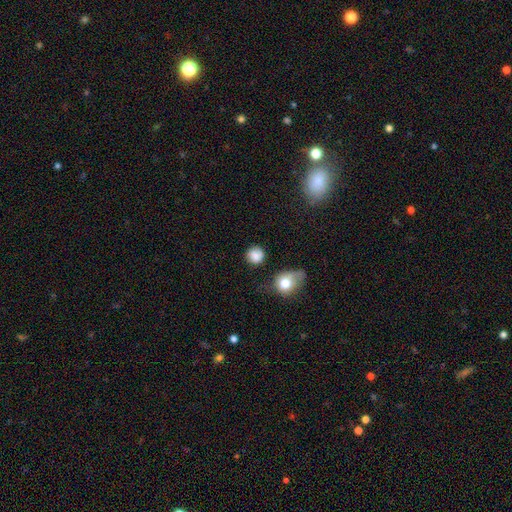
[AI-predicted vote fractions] Smooth or featured?
  - smooth: 83% *
  - star or artifact: 10%
  - featured or disk: 7%
How rounded?
  - round: 88% *
  - in between: 11%
  - cigar-shaped: 1%
Merging?
  - none: 73% *
  - minor disturbance: 16%
  - major disturbance: 6%
  - merger: 5%